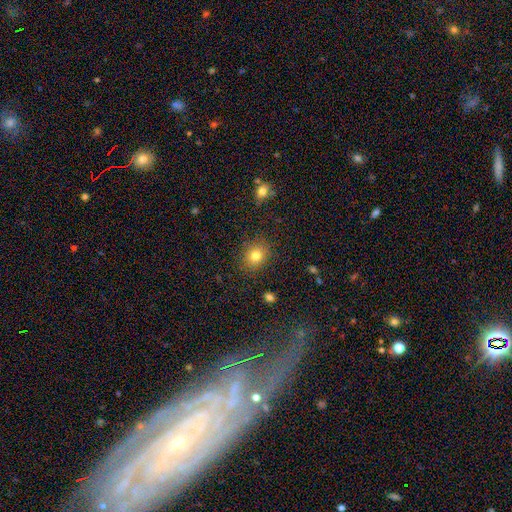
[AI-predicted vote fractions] smooth-or-featured: smooth: 80% | star or artifact: 12% | featured or disk: 8%
  how-rounded: round: 68% | in between: 31% | cigar-shaped: 1%
  merging: none: 87% | minor disturbance: 9% | major disturbance: 3% | merger: 1%